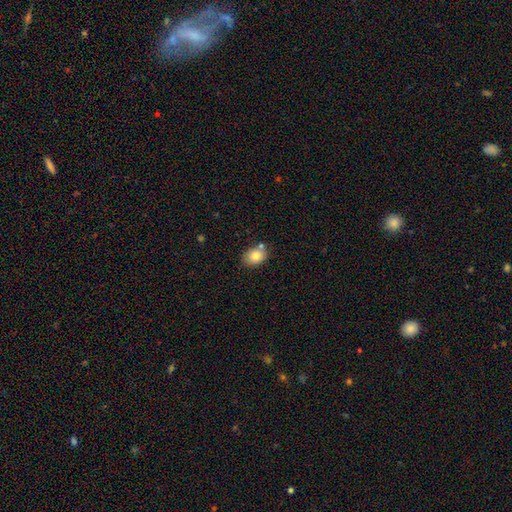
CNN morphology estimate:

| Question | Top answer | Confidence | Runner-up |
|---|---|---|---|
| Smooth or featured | smooth | 81% | featured or disk (11%) |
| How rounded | in between | 70% | round (29%) |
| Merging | none | 67% | minor disturbance (15%) |